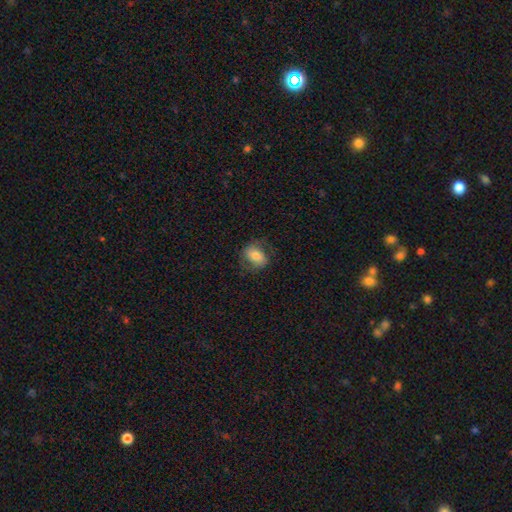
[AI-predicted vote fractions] smooth 65%, featured or disk 27%, star or artifact 8%. Down the decision tree: how rounded — in between (63%); merging — none (70%).